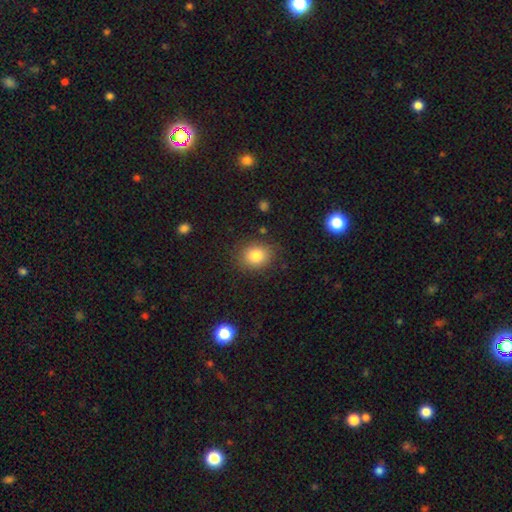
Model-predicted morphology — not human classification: This appears to be a smooth galaxy with no disk features (83%) that is round (63%). Merging: none (83%).